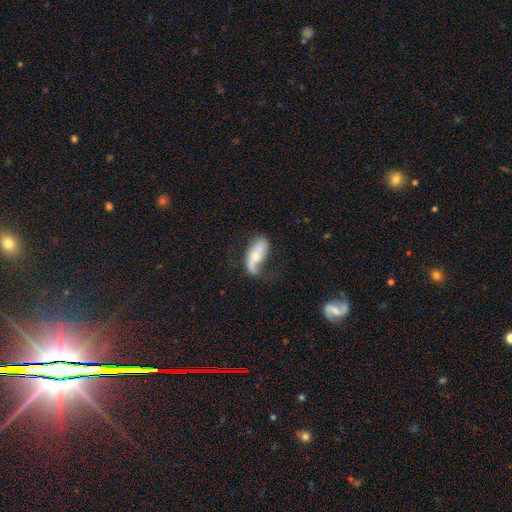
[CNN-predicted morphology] smooth_or_featured: featured or disk (p=0.51) [alt: smooth p=0.43]
disk_edge_on: no (p=0.85) [alt: yes p=0.15]
merging: none (p=0.38) [alt: minor disturbance p=0.33]